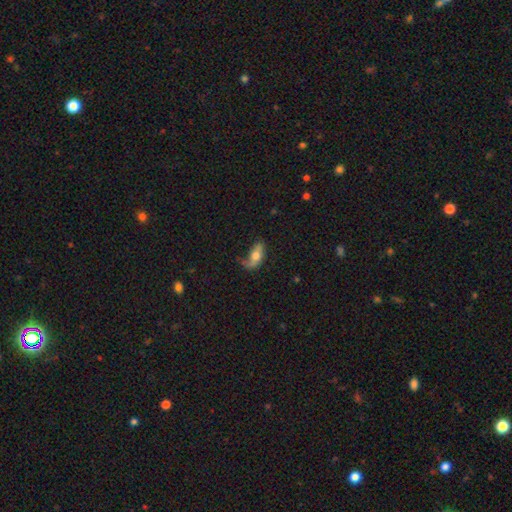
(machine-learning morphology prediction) This appears to be a smooth galaxy with no disk features (54%) that is in between round and cigar-shaped (81%). Merging: none (38%).